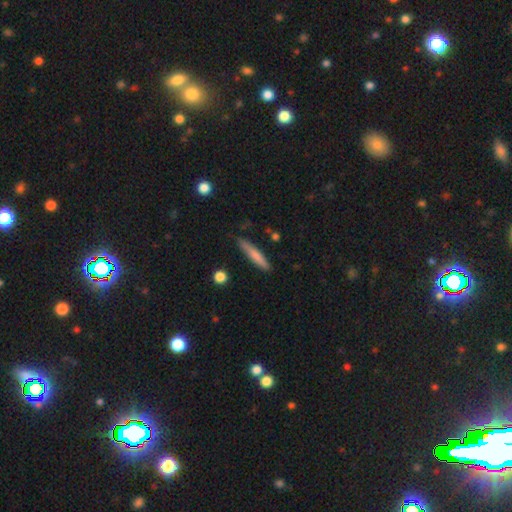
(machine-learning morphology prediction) This is likely a smooth galaxy (74%). How rounded: clearly cigar-shaped (91%). Merging: likely none (80%).